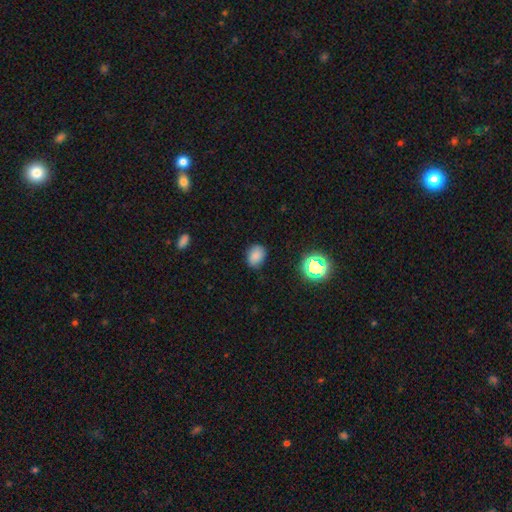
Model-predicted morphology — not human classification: Smooth or featured: smooth — 81% (star or artifact — 14%)
How rounded: in between — 61% (round — 38%)
Merging: none — 79% (minor disturbance — 16%)